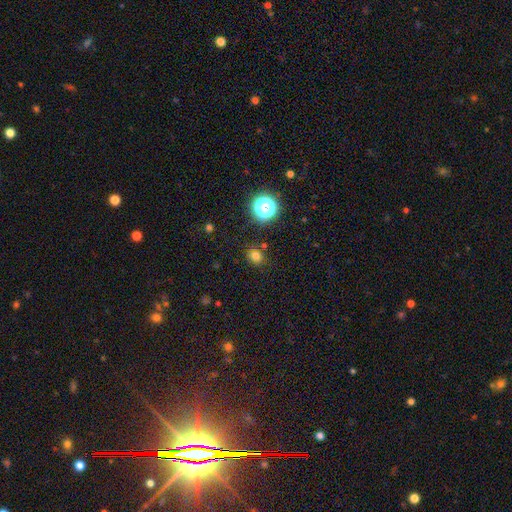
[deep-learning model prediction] Smooth or featured? smooth (74%)
How rounded? round (70%)
Merging? none (83%)